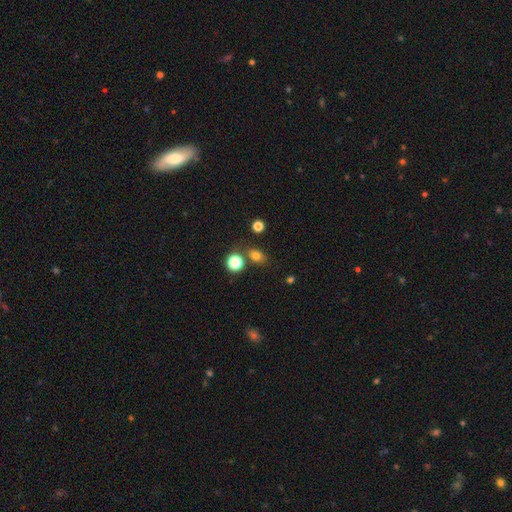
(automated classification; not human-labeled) Morphology: type=smooth (76%); roundness=in between (57%); merging=none (73%).